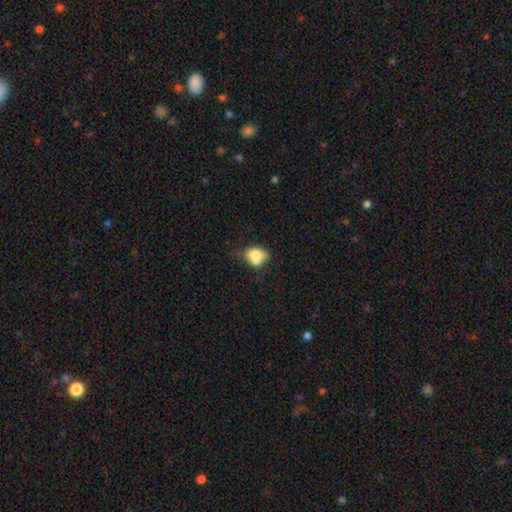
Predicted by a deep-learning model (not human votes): The model was most divided on "merging": none: 36%, merger: 30%, minor disturbance: 24%, major disturbance: 10%. More confident: smooth or featured — smooth (70%); how rounded — in between (61%).